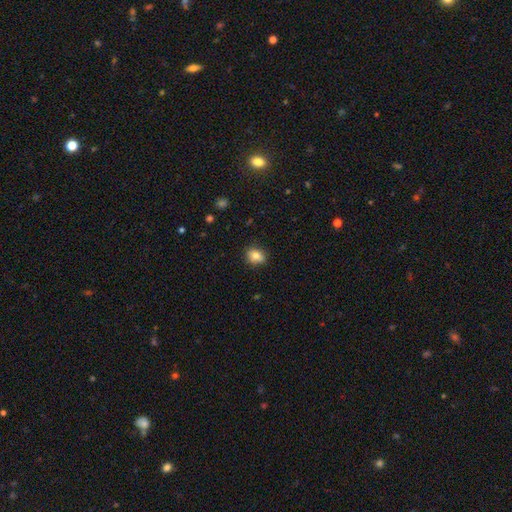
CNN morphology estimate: A smooth galaxy with no disk features (81%) that is round (58%). Merging: none (84%).